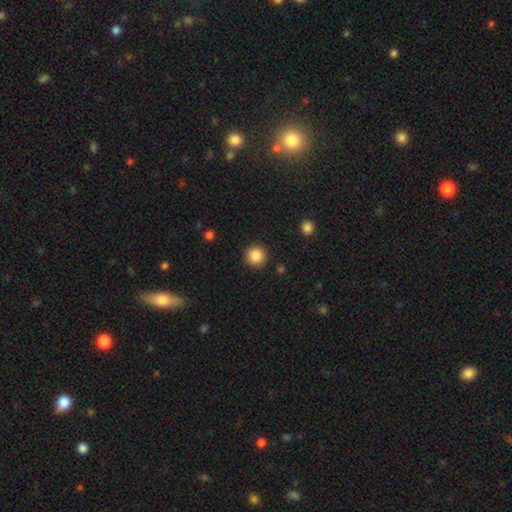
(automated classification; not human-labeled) This is clearly a smooth galaxy (87%). How rounded: clearly round (95%). Merging: clearly none (91%).